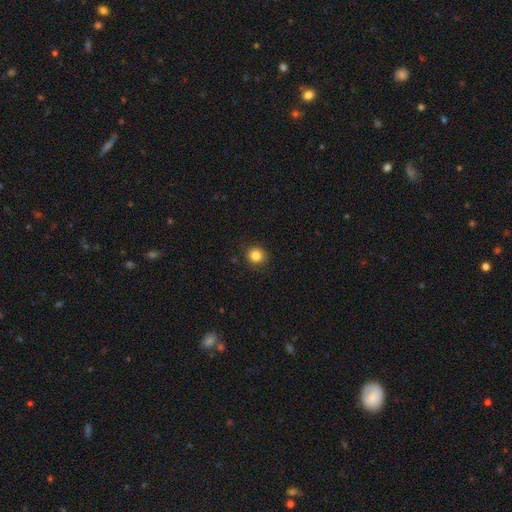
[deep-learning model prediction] Smooth or featured? Predicted: smooth (p=0.85). How rounded? Predicted: round (p=0.88). Merging? Predicted: none (p=0.88).